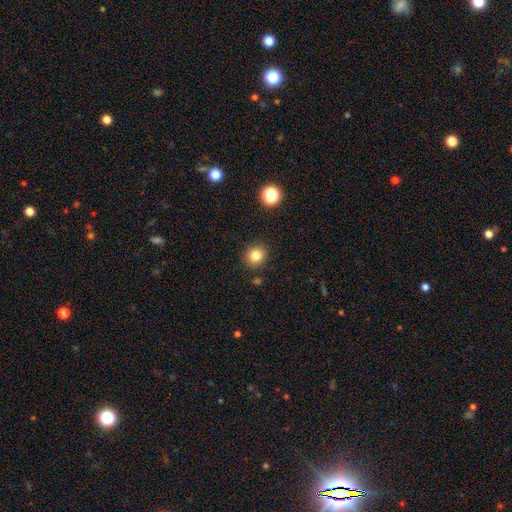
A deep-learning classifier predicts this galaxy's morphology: This appears to be a smooth galaxy with no disk features (82%) that is round (87%). Merging: none (89%).